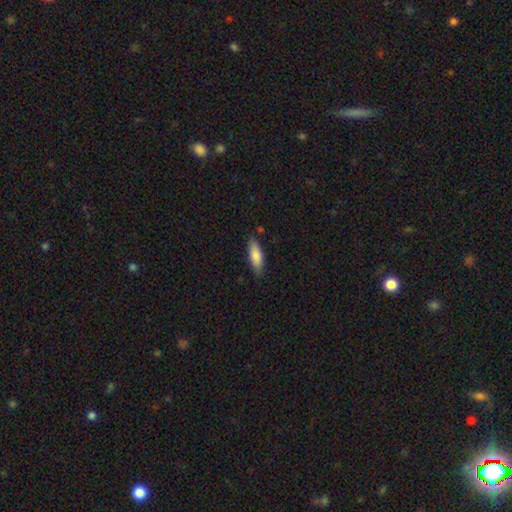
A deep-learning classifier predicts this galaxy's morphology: smooth 82%, featured or disk 12%, star or artifact 6%. Down the decision tree: how rounded — in between (56%); merging — none (82%).